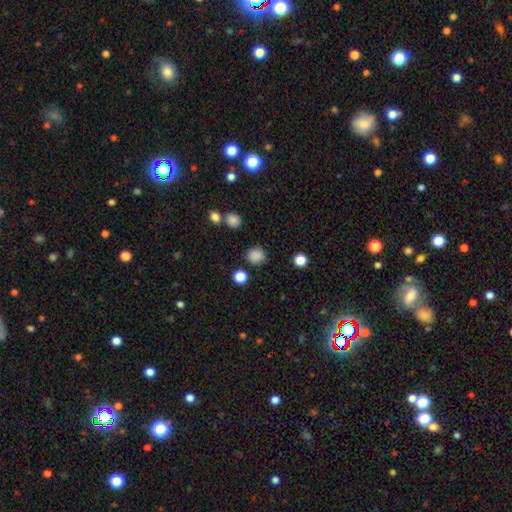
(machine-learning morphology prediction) Smooth or featured?
  - smooth: 85% *
  - star or artifact: 12%
  - featured or disk: 3%
How rounded?
  - round: 85% *
  - in between: 14%
  - cigar-shaped: 1%
Merging?
  - none: 86% *
  - minor disturbance: 8%
  - major disturbance: 3%
  - merger: 3%